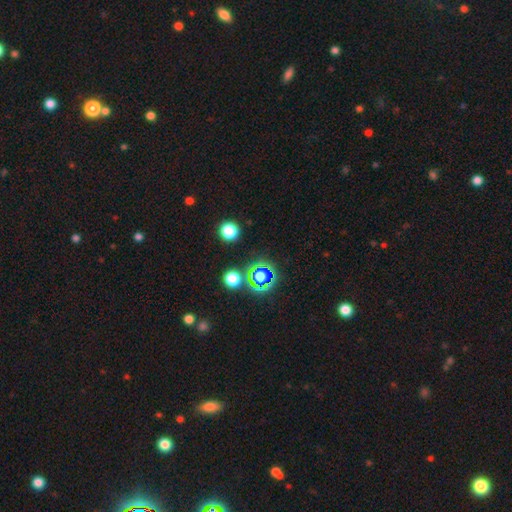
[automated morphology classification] The model was most divided on "smooth or featured": star or artifact: 70%, smooth: 21%, featured or disk: 9%.